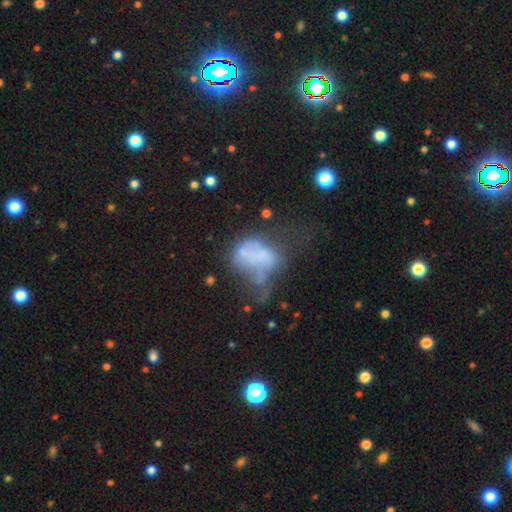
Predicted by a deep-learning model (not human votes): Q: Smooth or featured?
A: featured or disk (44%); runner-up: smooth (42%)
Q: Merging?
A: major disturbance (42%); runner-up: merger (25%)